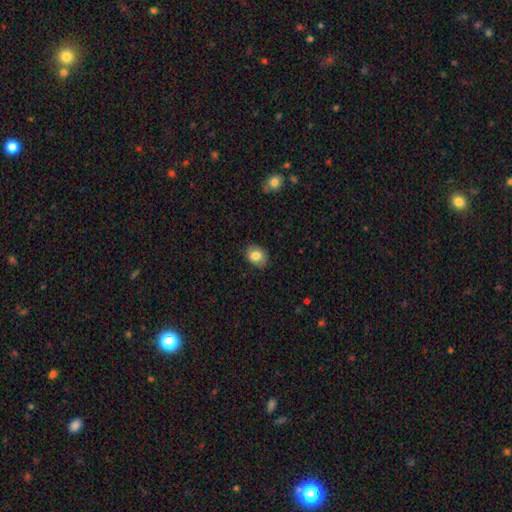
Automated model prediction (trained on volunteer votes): A smooth galaxy with no disk features (82%) that is in between round and cigar-shaped (54%). Merging: none (85%).